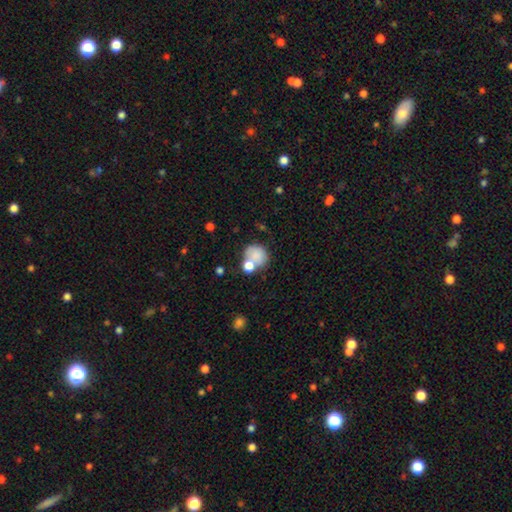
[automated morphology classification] Smooth or featured?
  - smooth: 79% *
  - featured or disk: 11%
  - star or artifact: 10%
How rounded?
  - round: 69% *
  - in between: 30%
  - cigar-shaped: 1%
Merging?
  - none: 43% *
  - merger: 34%
  - minor disturbance: 15%
  - major disturbance: 8%